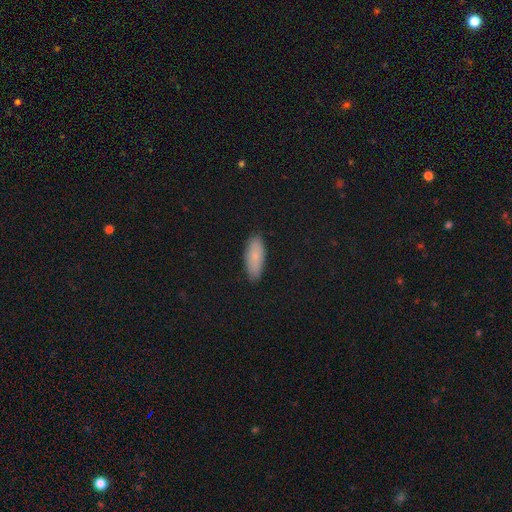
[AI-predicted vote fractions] A smooth galaxy with no disk features (81%) that is in between round and cigar-shaped (77%). Merging: none (87%).